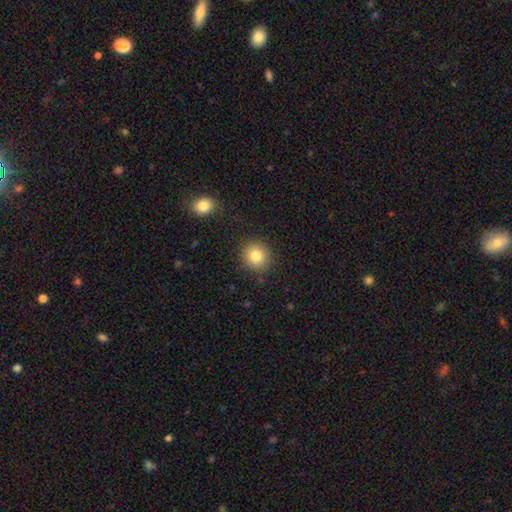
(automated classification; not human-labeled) smooth_or_featured: smooth (p=0.81) [alt: star or artifact p=0.11]
how_rounded: round (p=0.90) [alt: in between p=0.09]
merging: none (p=0.89) [alt: minor disturbance p=0.07]